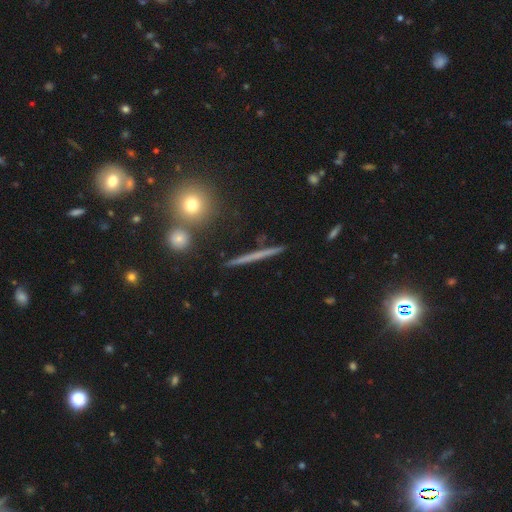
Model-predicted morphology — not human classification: Smooth or featured?
  - featured or disk: 50% *
  - smooth: 40%
  - star or artifact: 10%
Merging?
  - none: 91% *
  - minor disturbance: 5%
  - merger: 2%
  - major disturbance: 2%